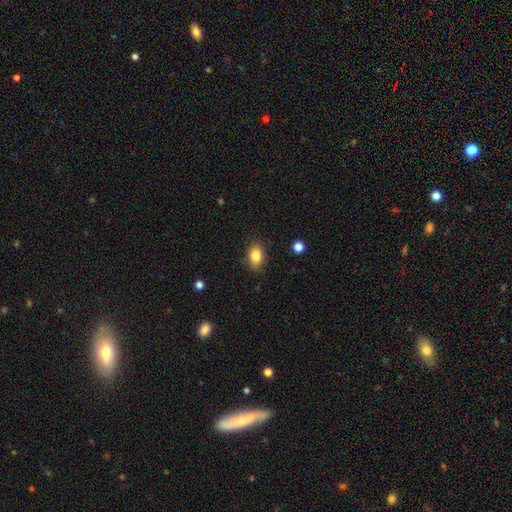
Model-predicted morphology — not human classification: Q: Smooth or featured?
A: smooth (85%); runner-up: star or artifact (9%)
Q: How rounded?
A: in between (82%); runner-up: round (16%)
Q: Merging?
A: none (85%); runner-up: minor disturbance (12%)